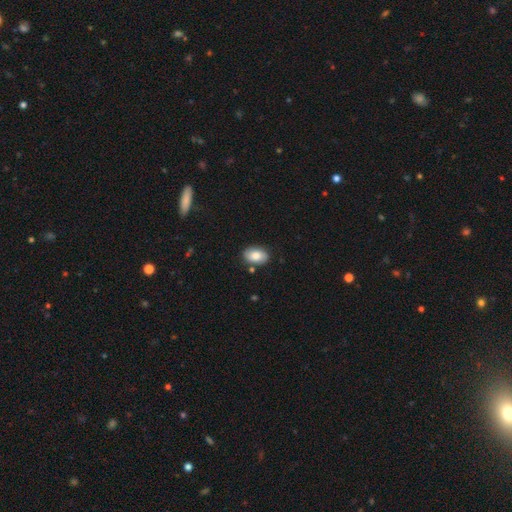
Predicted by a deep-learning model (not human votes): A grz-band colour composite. It shows a smooth galaxy with no disk features (79%) that is in between round and cigar-shaped (89%). Merging: none (82%).